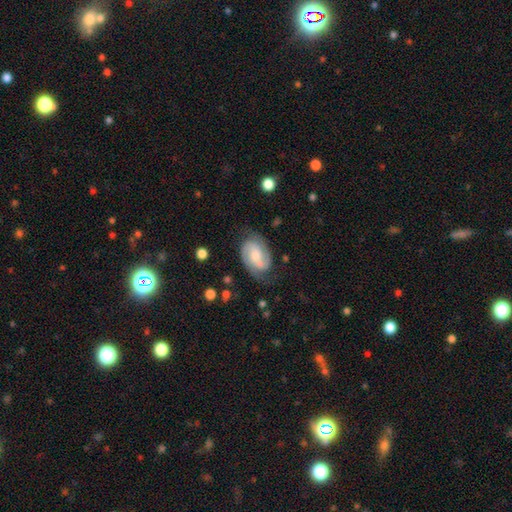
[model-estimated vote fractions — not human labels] smooth-or-featured: featured or disk: 78% | smooth: 16% | star or artifact: 6%
  disk-edge-on: no: 98% | yes: 2%
    bar: no: 45% | weak: 42% | strong: 13%
    has-spiral-arms: yes: 96% | no: 4%
      spiral-winding: medium: 49% | tight: 33% | loose: 18%
      spiral-arm-count: 2: 88% | can't tell: 5% | 1: 2% | 3: 2% | 4: 1% | more than 4: 1%
    bulge-size: small: 37% | moderate: 36% | none: 14% | large: 11% | dominant: 2%
  merging: none: 70% | minor disturbance: 20% | major disturbance: 8% | merger: 2%